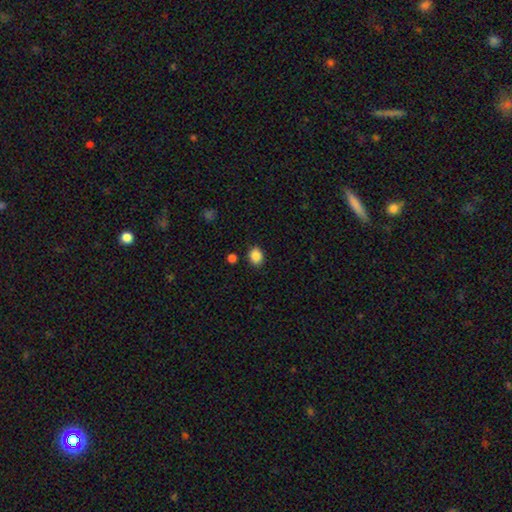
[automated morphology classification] The model was most divided on "how rounded": round: 52%, in between: 48%, cigar-shaped: 1%. More confident: smooth or featured — smooth (87%); merging — none (86%).